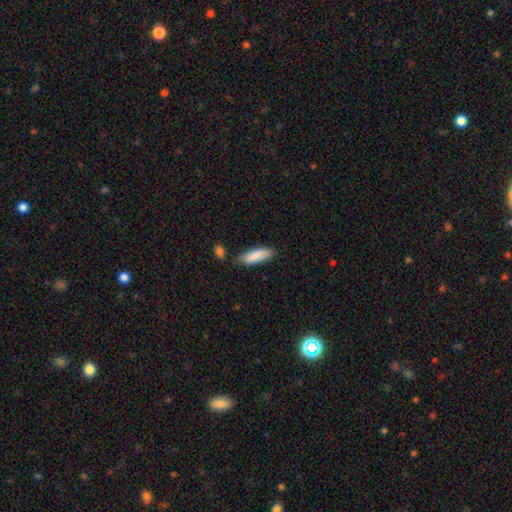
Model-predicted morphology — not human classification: Q: Smooth or featured?
A: smooth (87%); runner-up: featured or disk (7%)
Q: How rounded?
A: in between (57%); runner-up: cigar-shaped (41%)
Q: Merging?
A: none (73%); runner-up: minor disturbance (17%)